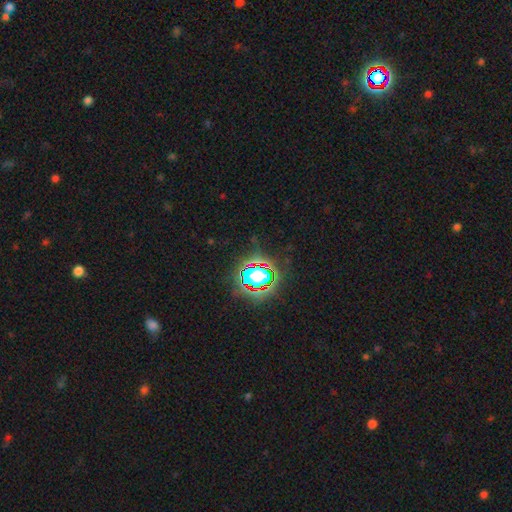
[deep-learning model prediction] Smooth or featured? star or artifact (81%)